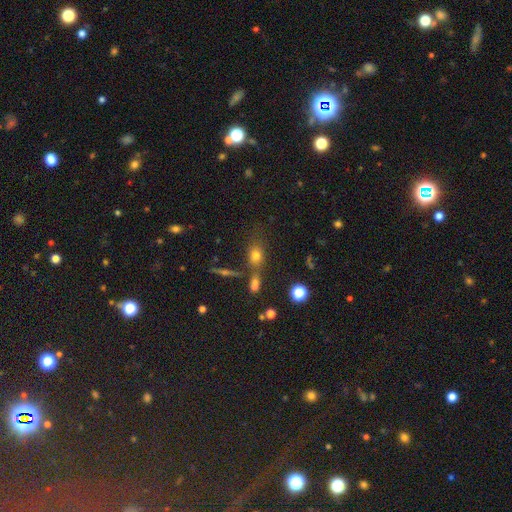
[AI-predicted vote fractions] A smooth galaxy with no disk features (69%) that is in between round and cigar-shaped (54%). Merging: none (59%).